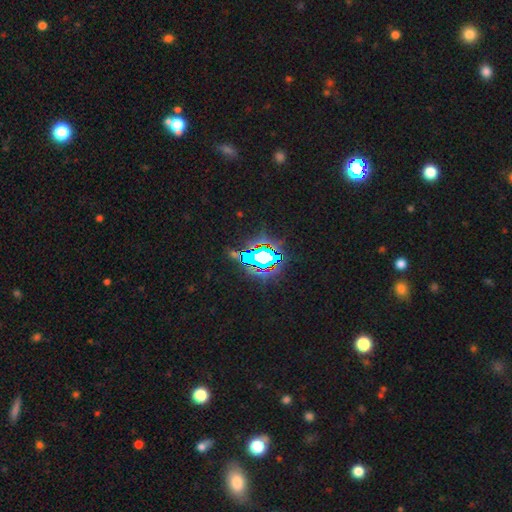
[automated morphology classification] Overall: star or artifact (70%).